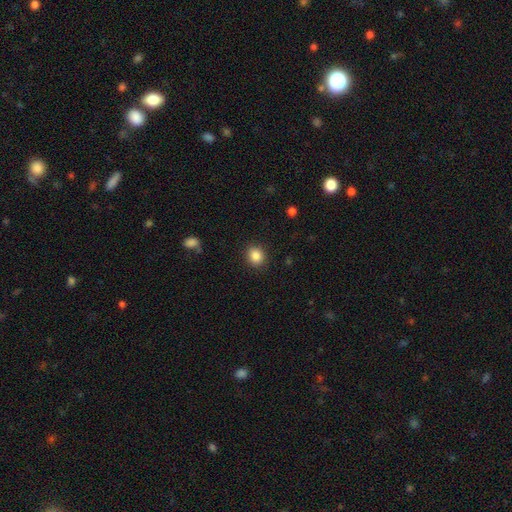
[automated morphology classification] smooth-or-featured: smooth: 86% | star or artifact: 10% | featured or disk: 4%
  how-rounded: round: 74% | in between: 25% | cigar-shaped: 1%
  merging: none: 89% | minor disturbance: 7% | major disturbance: 3% | merger: 1%